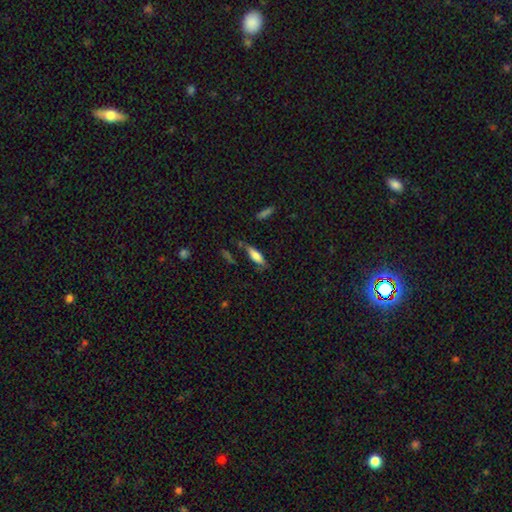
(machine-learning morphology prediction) The model was most divided on "how rounded": in between: 53%, cigar-shaped: 45%, round: 2%. More confident: smooth or featured — smooth (74%); merging — none (70%).